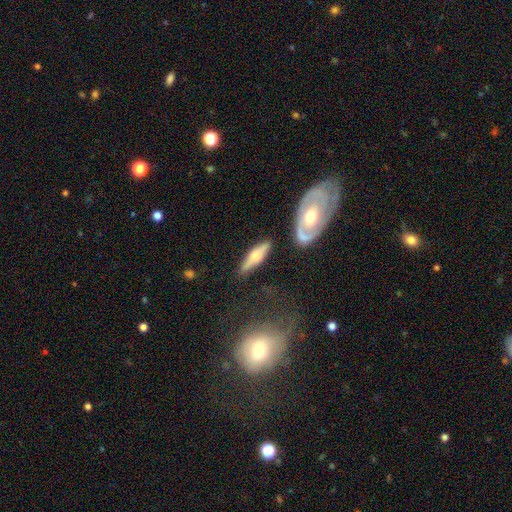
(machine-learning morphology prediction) Smooth or featured?
  - featured or disk: 50% *
  - smooth: 43%
  - star or artifact: 6%
Edge-on disk?
  - yes: 89% *
  - no: 11%
Merging?
  - none: 81% *
  - minor disturbance: 11%
  - merger: 4%
  - major disturbance: 3%